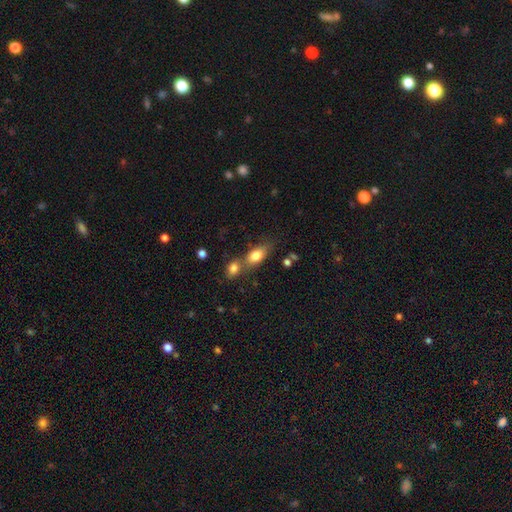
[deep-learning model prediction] This appears to be a smooth galaxy with no disk features (80%) that is in between round and cigar-shaped (81%). Merging: none (44%).